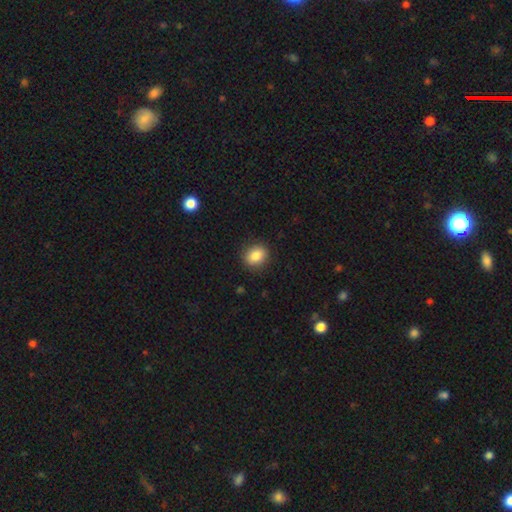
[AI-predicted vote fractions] Morphology: type=smooth (84%); roundness=round (61%); merging=none (89%).